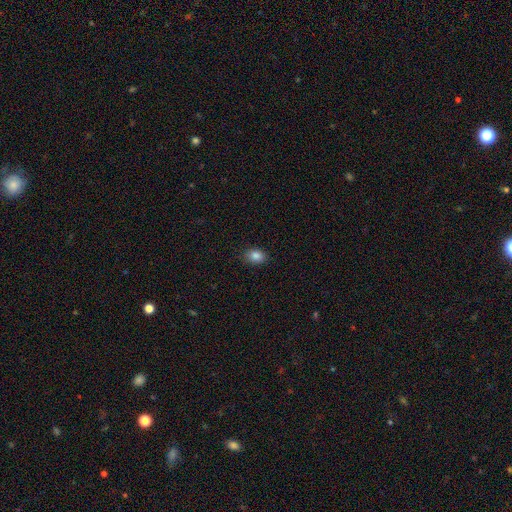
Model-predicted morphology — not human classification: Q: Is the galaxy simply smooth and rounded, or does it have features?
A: smooth — 85%.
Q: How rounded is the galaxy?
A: in between — 73%.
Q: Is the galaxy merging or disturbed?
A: none — 87%.